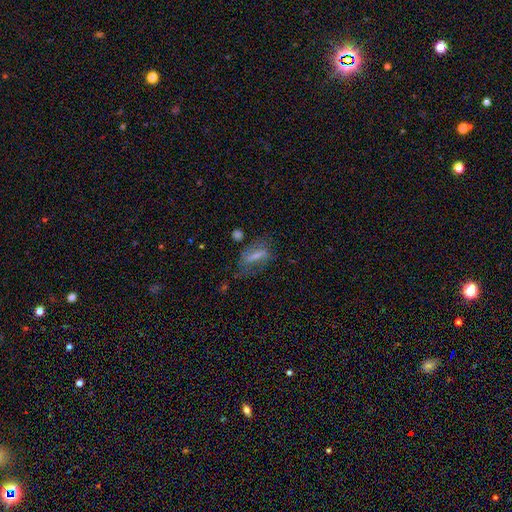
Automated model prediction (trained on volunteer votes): A featured or disk galaxy (45%). Merging: none (52%).